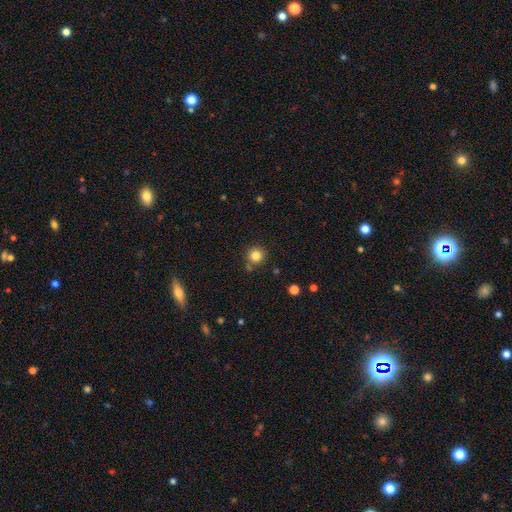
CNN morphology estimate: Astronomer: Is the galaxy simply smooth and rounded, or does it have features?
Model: smooth — 83%.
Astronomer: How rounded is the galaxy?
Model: round — 94%.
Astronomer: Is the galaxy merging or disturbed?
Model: none — 80%.